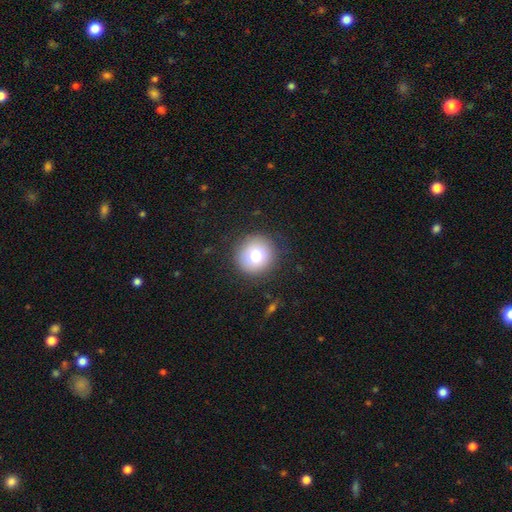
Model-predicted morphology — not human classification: This is likely a smooth galaxy (77%). How rounded: clearly round (94%). Merging: clearly none (88%).